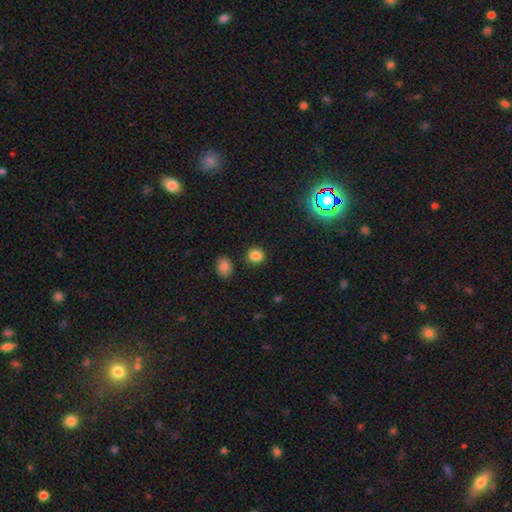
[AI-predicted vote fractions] smooth 84%, star or artifact 13%, featured or disk 4%. Down the decision tree: how rounded — round (78%); merging — none (86%).